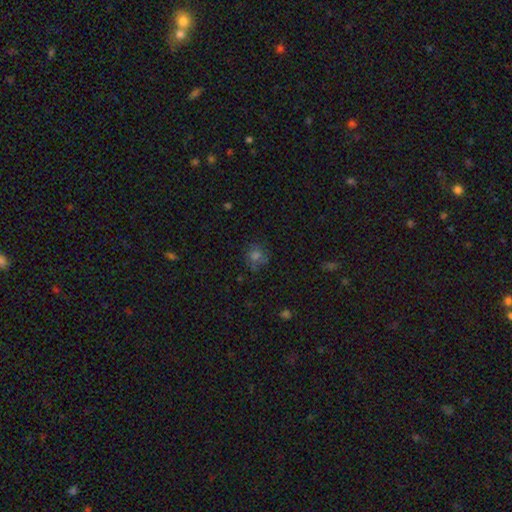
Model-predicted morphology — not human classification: smooth_or_featured: smooth (p=0.60) [alt: star or artifact p=0.24]
how_rounded: round (p=0.76) [alt: in between p=0.23]
merging: none (p=0.68) [alt: minor disturbance p=0.19]